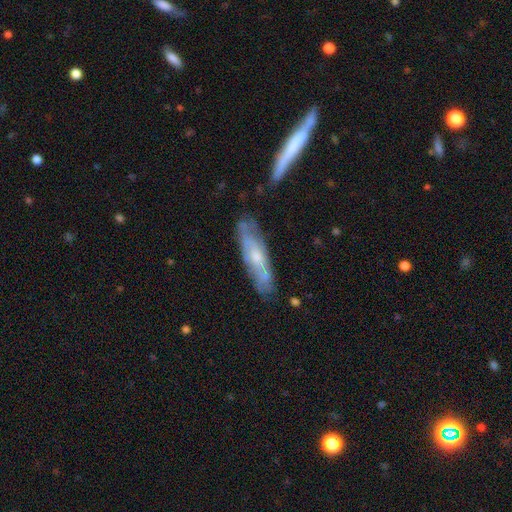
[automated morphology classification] A featured or disk galaxy (55%). Merging: none (68%).